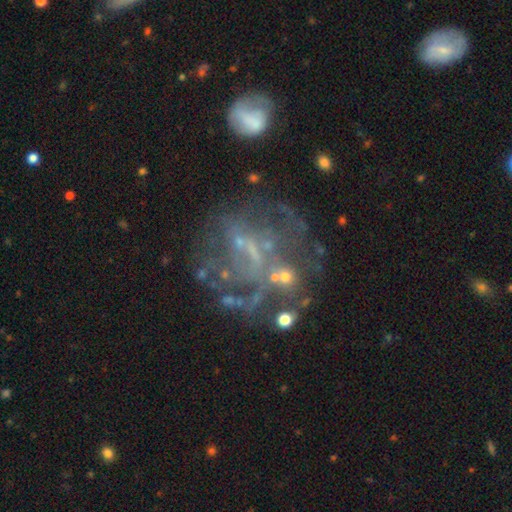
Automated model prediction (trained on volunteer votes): This appears to be a featured or disk galaxy (64%) with no bar (61%), no spiral arms (66%) and no central bulge (56%). Merging: none (50%).